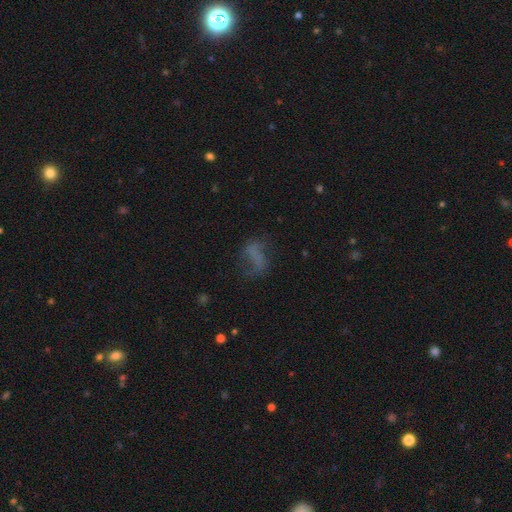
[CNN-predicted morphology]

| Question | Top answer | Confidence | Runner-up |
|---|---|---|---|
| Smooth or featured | smooth | 46% | featured or disk (34%) |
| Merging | none | 48% | major disturbance (26%) |